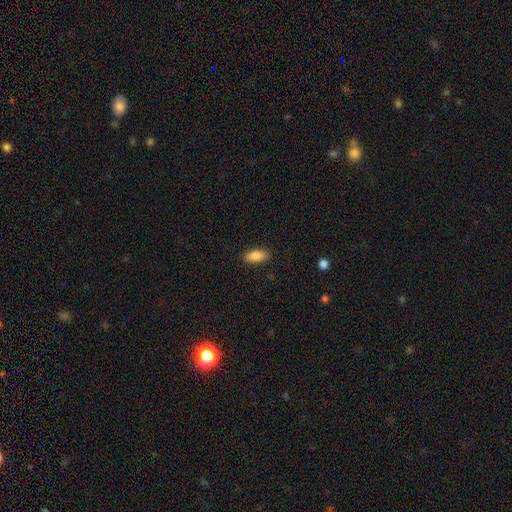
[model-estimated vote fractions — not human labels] smooth-or-featured: smooth: 86% | featured or disk: 7% | star or artifact: 7%
  how-rounded: in between: 86% | cigar-shaped: 11% | round: 3%
  merging: none: 87% | minor disturbance: 9% | major disturbance: 2% | merger: 1%